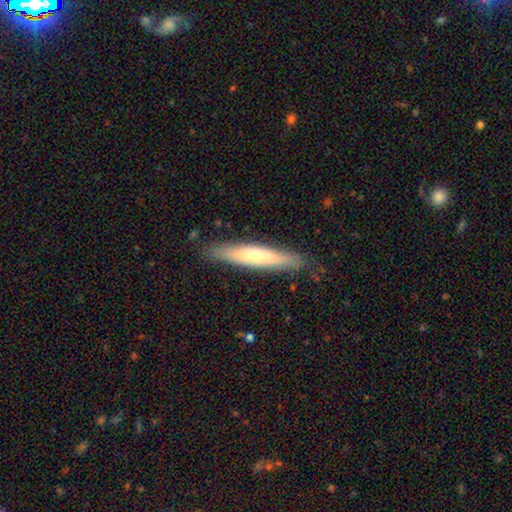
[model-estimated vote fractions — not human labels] Smooth or featured: smooth — 52% (featured or disk — 42%)
How rounded: cigar-shaped — 88% (in between — 11%)
Merging: none — 86% (minor disturbance — 11%)